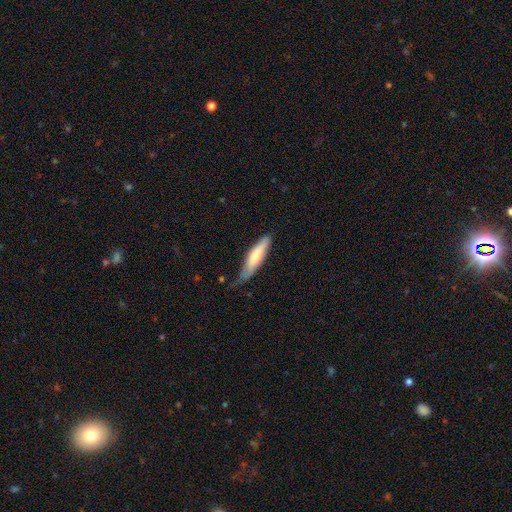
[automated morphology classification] This is likely a smooth galaxy (73%). How rounded: likely cigar-shaped (74%). Merging: possibly none (47%).